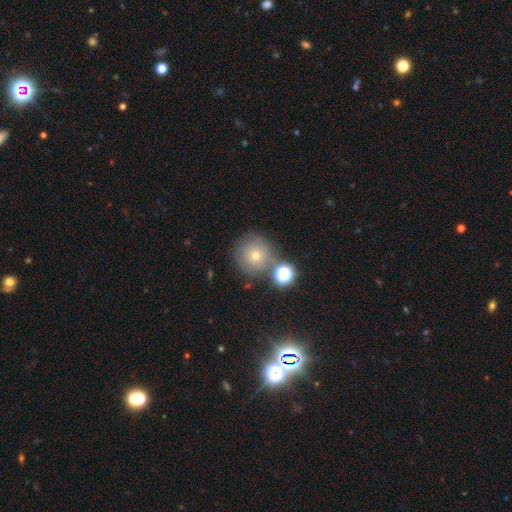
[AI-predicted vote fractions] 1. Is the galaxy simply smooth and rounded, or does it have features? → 52% smooth, 31% star or artifact, 18% featured or disk.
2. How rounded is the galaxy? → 93% round, 6% in between, 1% cigar-shaped.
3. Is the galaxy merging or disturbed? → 75% none, 12% merger, 10% minor disturbance, 4% major disturbance.